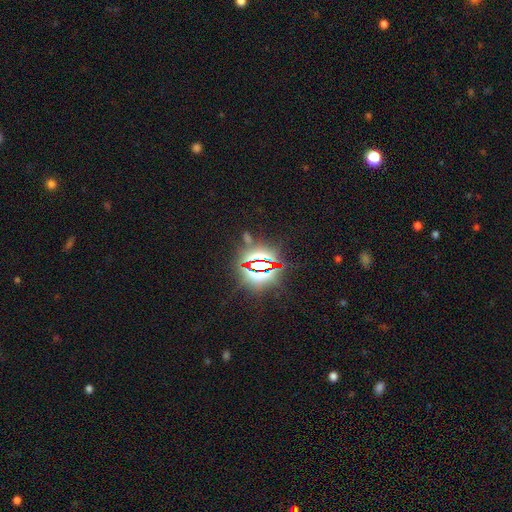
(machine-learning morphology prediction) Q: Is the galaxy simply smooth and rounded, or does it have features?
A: star or artifact — 84%.